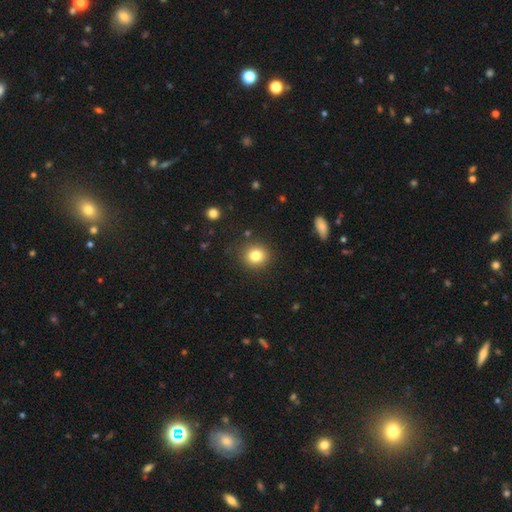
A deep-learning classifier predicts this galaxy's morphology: This appears to be a smooth galaxy with no disk features (82%) that is round (85%). Merging: none (88%).